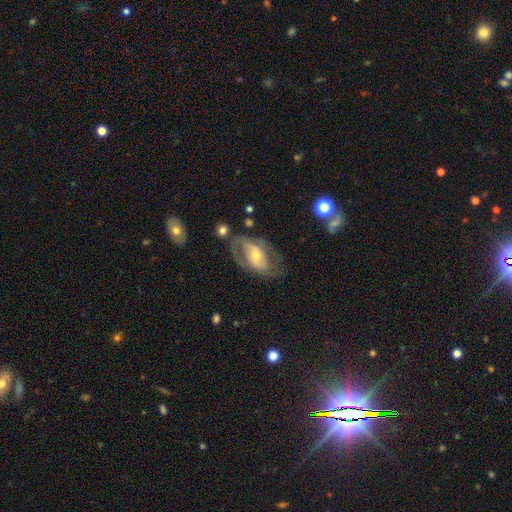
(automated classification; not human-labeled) Smooth or featured? Predicted: featured or disk (p=0.74). Edge-on disk? Predicted: no (p=0.94). Bar? Predicted: no (p=0.44). Spiral arms? Predicted: yes (p=0.73). Spiral winding? Predicted: medium (p=0.44). Spiral arm count? Predicted: 2 (p=0.66). Bulge size? Predicted: small (p=0.49). Merging? Predicted: none (p=0.59).